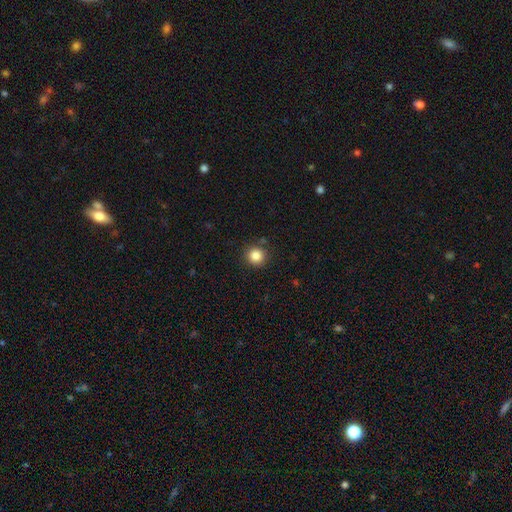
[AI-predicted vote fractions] Smooth or featured? Predicted: smooth (p=0.85). How rounded? Predicted: round (p=0.94). Merging? Predicted: none (p=0.89).